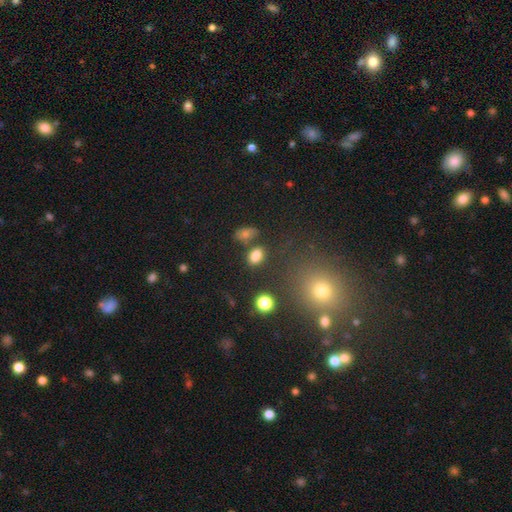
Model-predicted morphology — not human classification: A smooth galaxy with no disk features (81%) that is in between round and cigar-shaped (81%).

Vote fractions:
- Smooth or featured? smooth: 81% / star or artifact: 12% / featured or disk: 7%
- How rounded? in between: 81% / round: 17% / cigar-shaped: 2%
- Merging? none: 72% / minor disturbance: 12% / merger: 11% / major disturbance: 4%